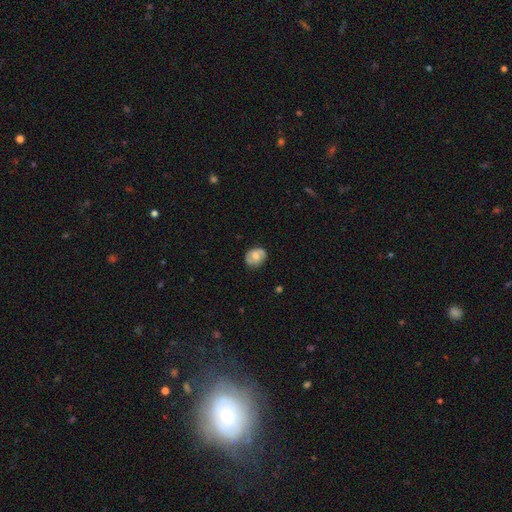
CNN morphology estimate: Smooth or featured? smooth (53%)
How rounded? round (57%)
Merging? none (76%)